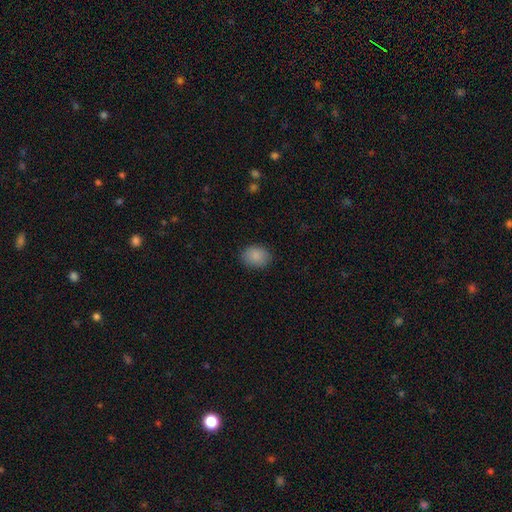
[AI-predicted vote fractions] Smooth or featured?
  - smooth: 88% *
  - star or artifact: 8%
  - featured or disk: 4%
How rounded?
  - in between: 63% *
  - round: 36%
  - cigar-shaped: 1%
Merging?
  - none: 87% *
  - minor disturbance: 9%
  - major disturbance: 2%
  - merger: 1%